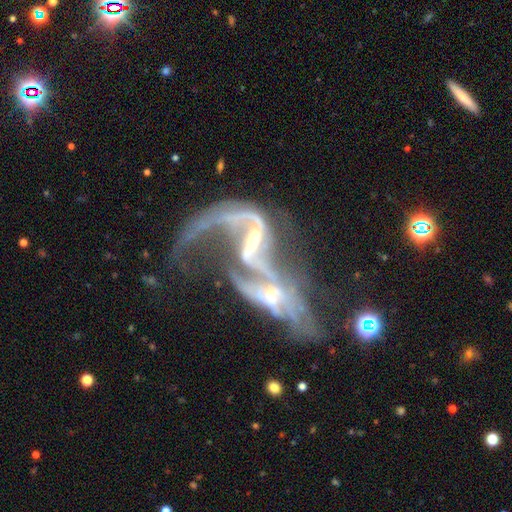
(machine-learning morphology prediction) A featured or disk galaxy (85%) with no bar (39%), 2 (58%) loose (69%) spiral arms (85%) and a small central bulge (50%). Merging: merger (72%).